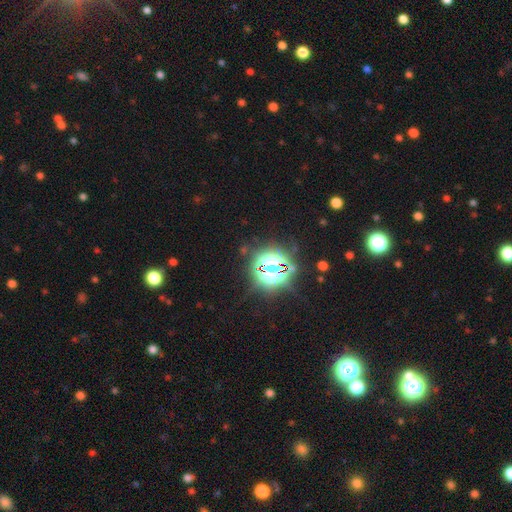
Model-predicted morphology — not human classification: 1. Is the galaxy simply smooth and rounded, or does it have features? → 82% star or artifact, 12% smooth, 6% featured or disk.